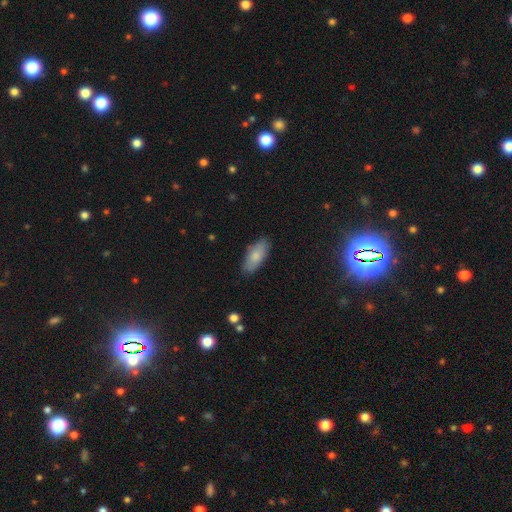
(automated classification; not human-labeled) Smooth or featured? Predicted: smooth (p=0.81). How rounded? Predicted: in between (p=0.81). Merging? Predicted: none (p=0.83).